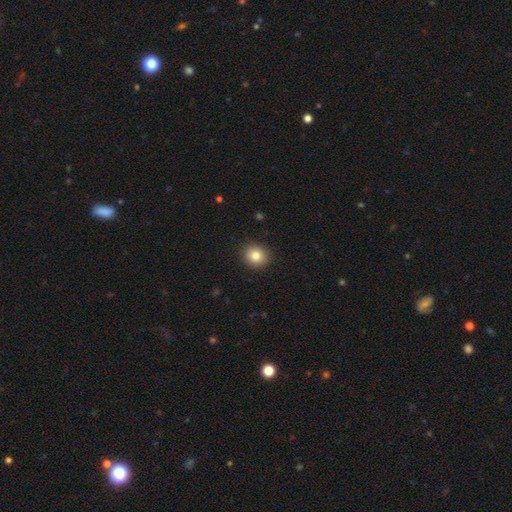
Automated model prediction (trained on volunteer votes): smooth_or_featured: smooth (p=0.82) [alt: star or artifact p=0.10]
how_rounded: round (p=0.79) [alt: in between p=0.20]
merging: none (p=0.91) [alt: minor disturbance p=0.06]